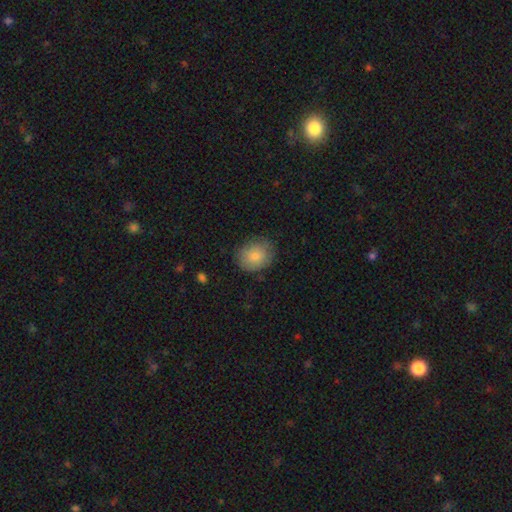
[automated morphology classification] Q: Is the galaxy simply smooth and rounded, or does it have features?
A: smooth — 82%.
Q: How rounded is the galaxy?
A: round — 55%.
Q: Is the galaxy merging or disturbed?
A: none — 80%.